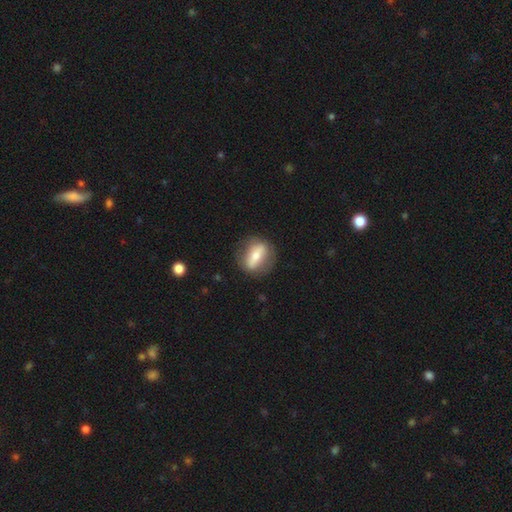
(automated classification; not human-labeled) This is possibly a smooth galaxy (50%). Merging: likely none (79%).